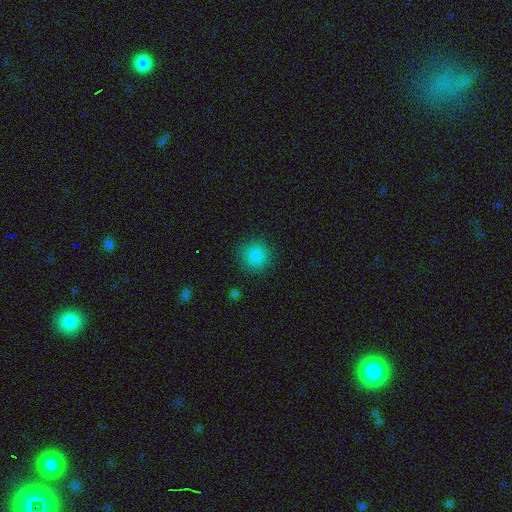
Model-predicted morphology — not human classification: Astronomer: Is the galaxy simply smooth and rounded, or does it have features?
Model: smooth — 86%.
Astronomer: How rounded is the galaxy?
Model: round — 93%.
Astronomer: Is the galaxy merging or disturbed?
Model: none — 90%.